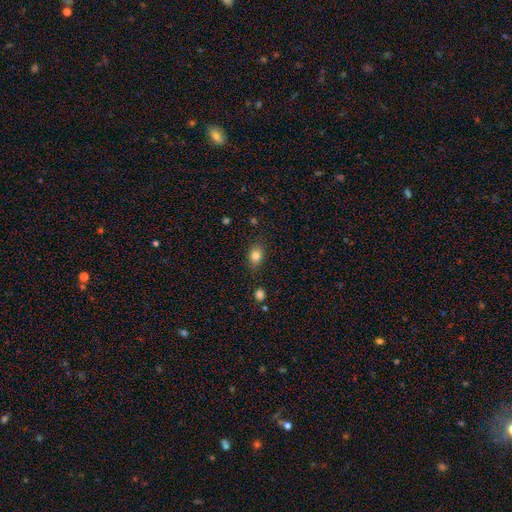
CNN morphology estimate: Smooth or featured?
  - smooth: 82% *
  - star or artifact: 10%
  - featured or disk: 7%
How rounded?
  - in between: 67% *
  - round: 31%
  - cigar-shaped: 2%
Merging?
  - none: 81% *
  - minor disturbance: 14%
  - major disturbance: 3%
  - merger: 2%